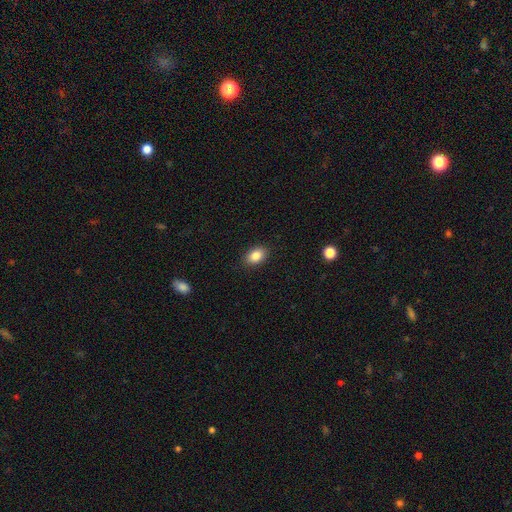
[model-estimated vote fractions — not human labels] smooth 86%, star or artifact 8%, featured or disk 6%. Down the decision tree: how rounded — in between (85%); merging — none (88%).